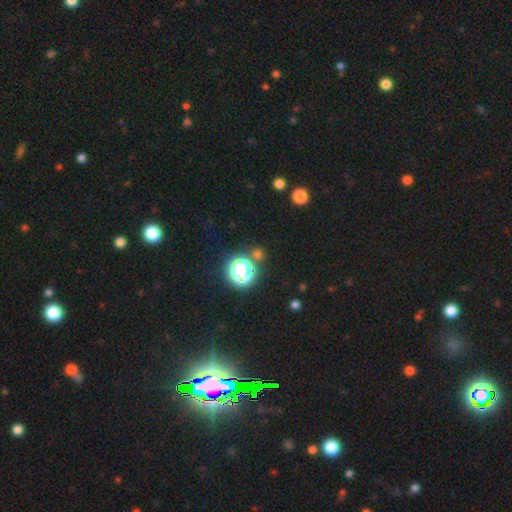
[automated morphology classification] smooth_or_featured: star or artifact (p=0.63) [alt: smooth p=0.29]